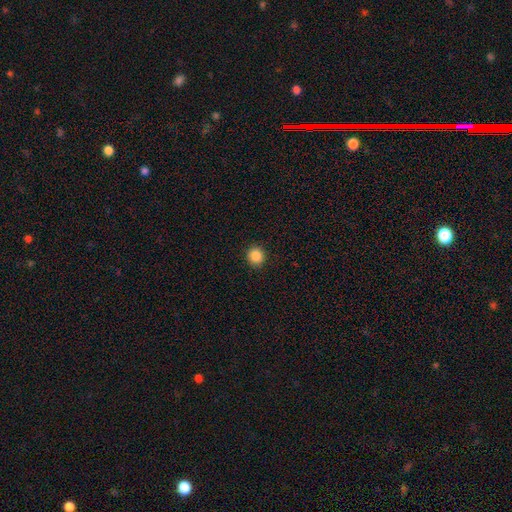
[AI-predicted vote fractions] This appears to be a smooth galaxy with no disk features (87%) that is round (89%). Merging: none (92%).